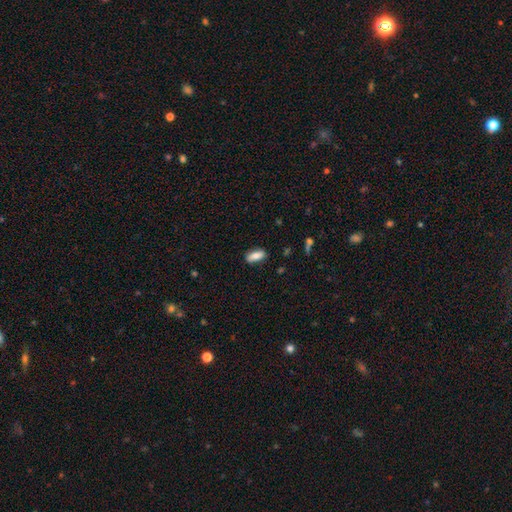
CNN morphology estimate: A smooth galaxy with no disk features (79%) that is in between round and cigar-shaped (78%).

Vote fractions:
- Smooth or featured? smooth: 79% / featured or disk: 14% / star or artifact: 7%
- How rounded? in between: 78% / cigar-shaped: 19% / round: 3%
- Merging? none: 82% / minor disturbance: 14% / major disturbance: 3% / merger: 2%